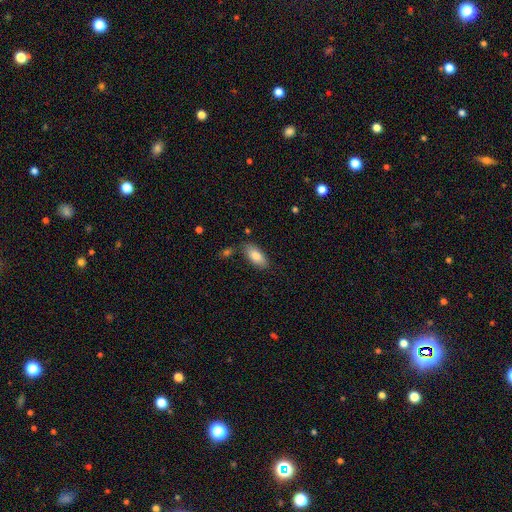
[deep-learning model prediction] Morphology: type=smooth (82%); roundness=in between (90%); merging=none (78%).